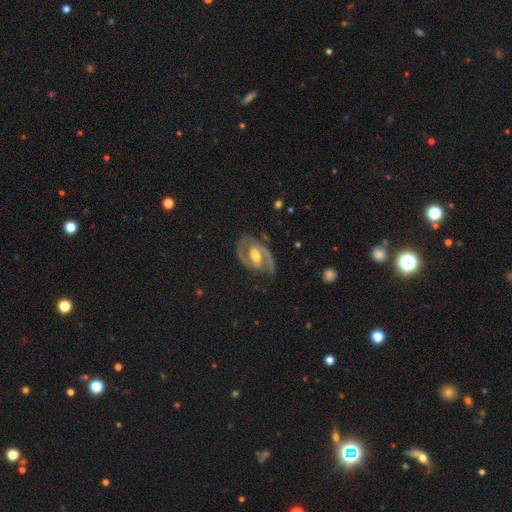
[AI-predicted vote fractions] smooth-or-featured: featured or disk: 88% | smooth: 8% | star or artifact: 5%
  disk-edge-on: no: 96% | yes: 4%
    bar: weak: 41% | strong: 39% | no: 19%
    has-spiral-arms: yes: 94% | no: 6%
      spiral-winding: medium: 54% | tight: 35% | loose: 12%
      spiral-arm-count: 2: 89% | 1: 4% | can't tell: 4% | 3: 1% | 4: 1% | more than 4: 1%
    bulge-size: moderate: 69% | small: 19% | large: 9% | none: 2% | dominant: 1%
  merging: none: 77% | minor disturbance: 15% | major disturbance: 6% | merger: 2%